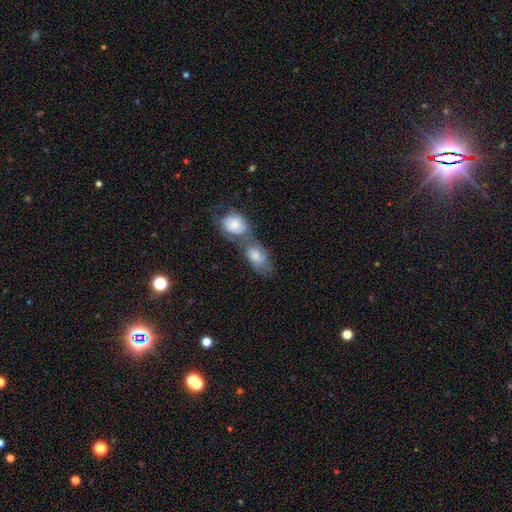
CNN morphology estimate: Smooth or featured?
  - smooth: 66% *
  - featured or disk: 27%
  - star or artifact: 7%
How rounded?
  - in between: 85% *
  - round: 11%
  - cigar-shaped: 4%
Merging?
  - merger: 65% *
  - none: 19%
  - minor disturbance: 9%
  - major disturbance: 6%